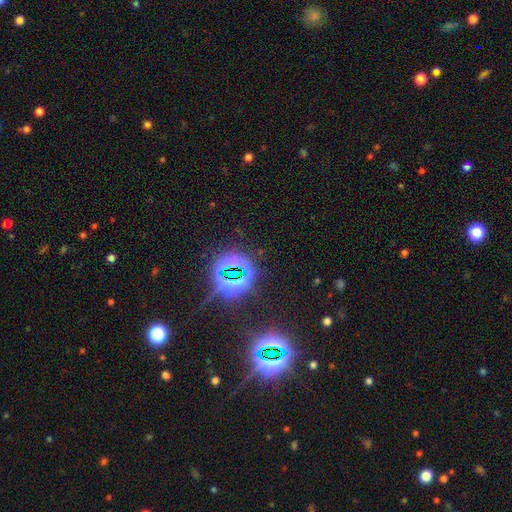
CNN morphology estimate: smooth-or-featured: star or artifact: 84% | smooth: 9% | featured or disk: 7%